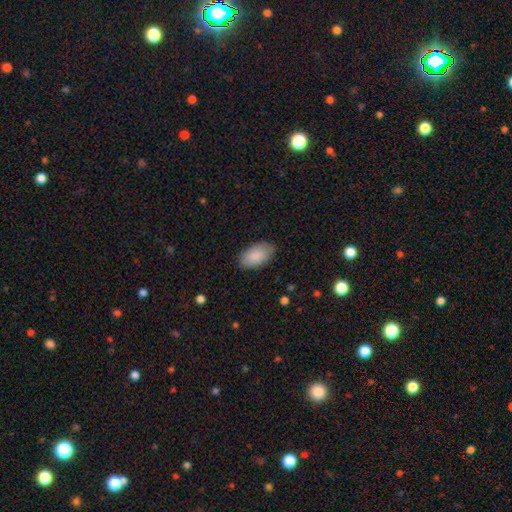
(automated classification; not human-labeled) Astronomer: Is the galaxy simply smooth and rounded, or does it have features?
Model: smooth — 89%.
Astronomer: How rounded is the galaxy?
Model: in between — 95%.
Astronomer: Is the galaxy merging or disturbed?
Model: none — 85%.